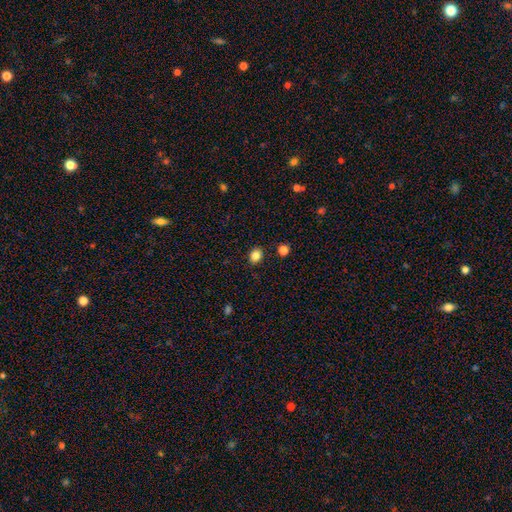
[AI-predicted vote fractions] Smooth or featured: smooth — 84% (star or artifact — 11%)
How rounded: round — 56% (in between — 43%)
Merging: none — 88% (minor disturbance — 7%)